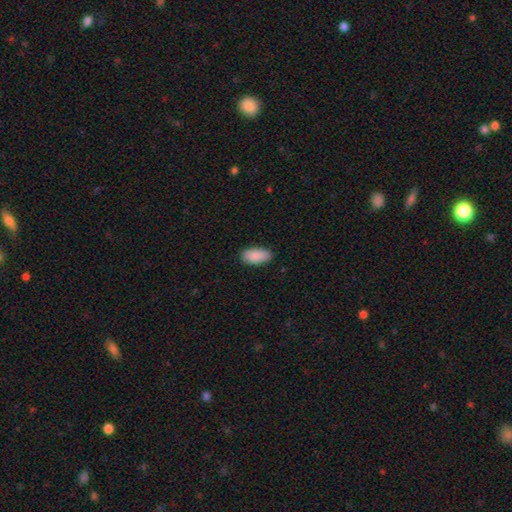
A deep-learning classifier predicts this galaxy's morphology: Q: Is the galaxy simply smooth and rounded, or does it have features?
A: smooth — 89%.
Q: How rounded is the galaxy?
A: in between — 93%.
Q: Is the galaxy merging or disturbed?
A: none — 86%.